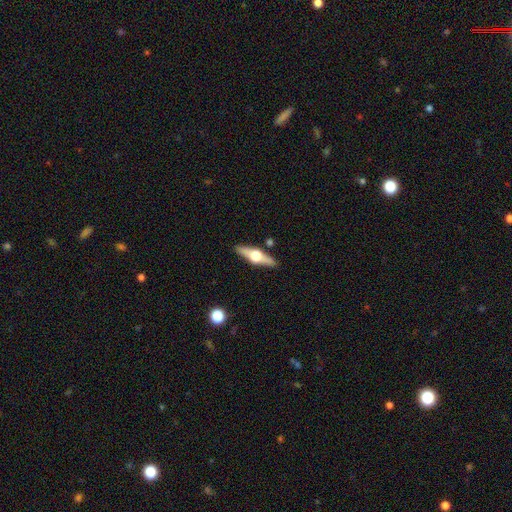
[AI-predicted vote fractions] A featured or disk galaxy (71%) viewed edge-on (96%) with a rounded central bulge (95%). Merging: none (88%).